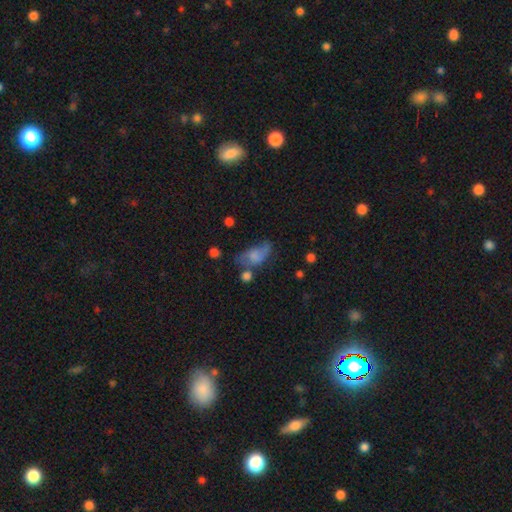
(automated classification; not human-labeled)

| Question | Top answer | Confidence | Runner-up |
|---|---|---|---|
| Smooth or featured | smooth | 60% | featured or disk (28%) |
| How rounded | in between | 86% | round (9%) |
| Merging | none | 29% | minor disturbance (28%) |